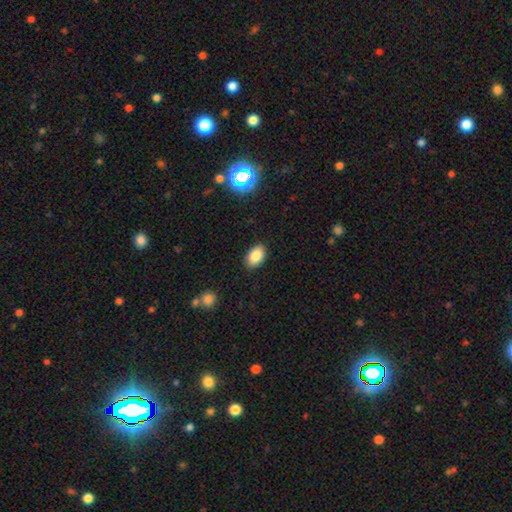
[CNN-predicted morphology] This appears to be a smooth galaxy with no disk features (83%) that is in between round and cigar-shaped (90%). Merging: none (87%).